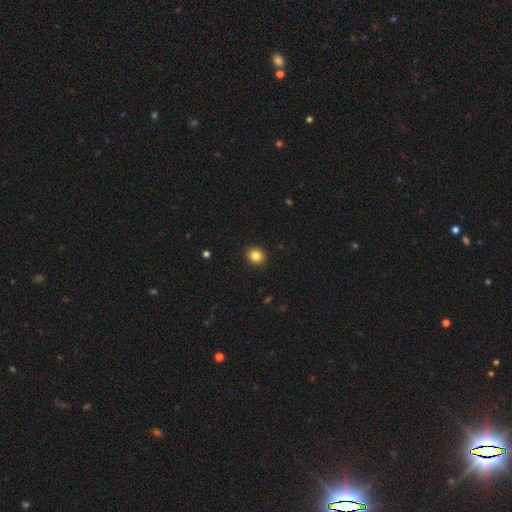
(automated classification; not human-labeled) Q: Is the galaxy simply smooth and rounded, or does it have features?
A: smooth — 85%.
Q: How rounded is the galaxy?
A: round — 73%.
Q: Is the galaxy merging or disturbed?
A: none — 92%.